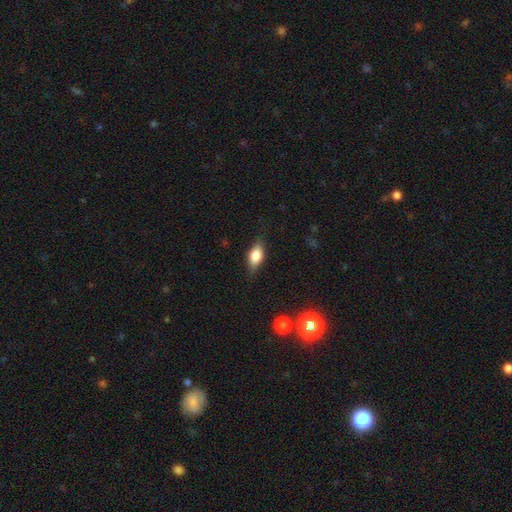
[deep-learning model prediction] smooth_or_featured: smooth (p=0.69) [alt: featured or disk p=0.23]
how_rounded: in between (p=0.80) [alt: cigar-shaped p=0.13]
merging: none (p=0.79) [alt: minor disturbance p=0.16]